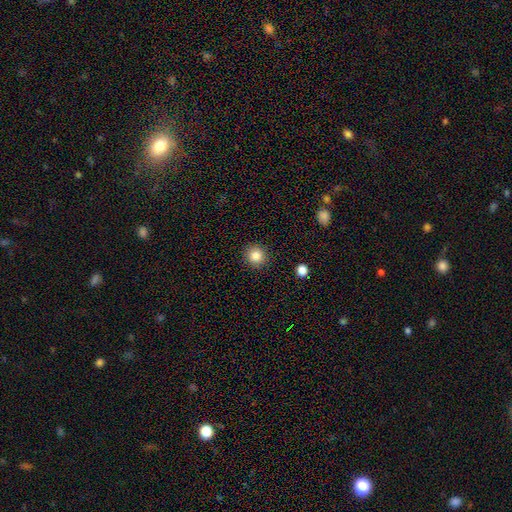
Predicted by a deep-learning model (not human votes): smooth_or_featured: smooth (p=0.84) [alt: star or artifact p=0.11]
how_rounded: round (p=0.92) [alt: in between p=0.08]
merging: none (p=0.91) [alt: minor disturbance p=0.06]